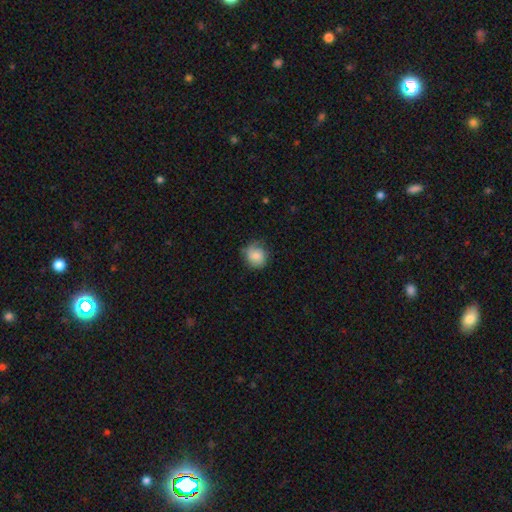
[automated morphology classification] Overall: smooth (77%). How rounded: round (80%). Merging: none (66%; minor disturbance 26%).